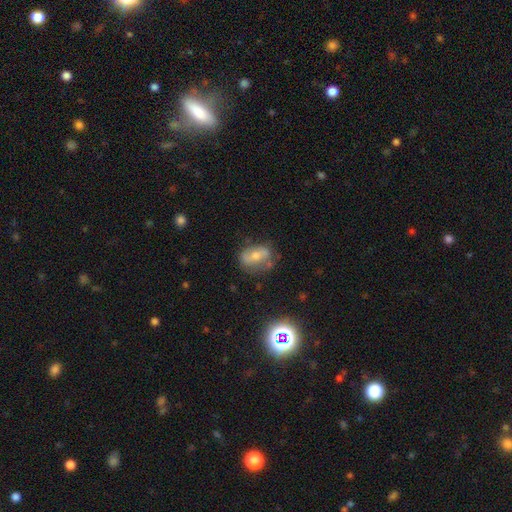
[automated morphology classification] This is possibly a smooth galaxy (52%). How rounded: likely in between (76%). Merging: possibly none (57%).